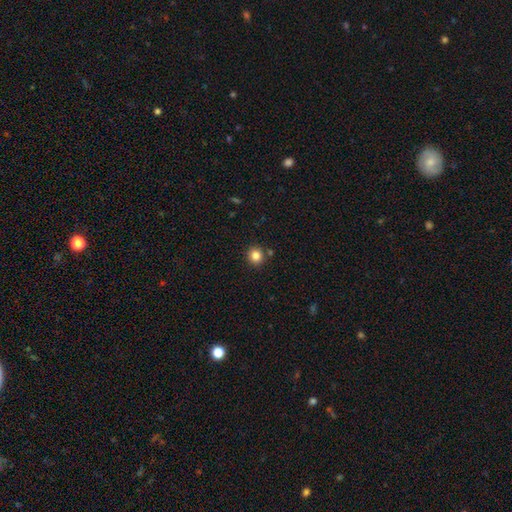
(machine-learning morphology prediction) smooth 83%, star or artifact 12%, featured or disk 5%. Down the decision tree: how rounded — round (92%); merging — none (87%).